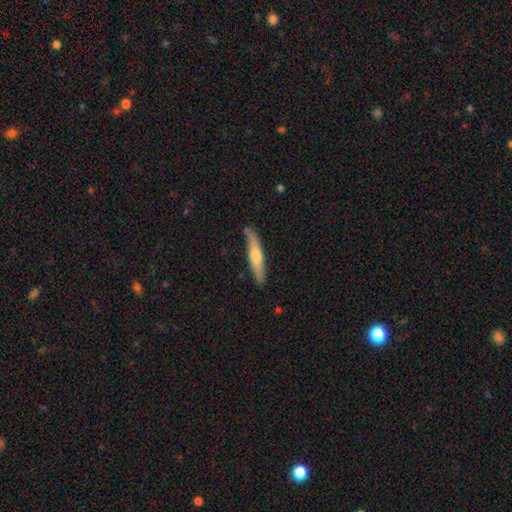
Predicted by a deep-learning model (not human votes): This is possibly a smooth galaxy (49%). Merging: clearly none (86%).